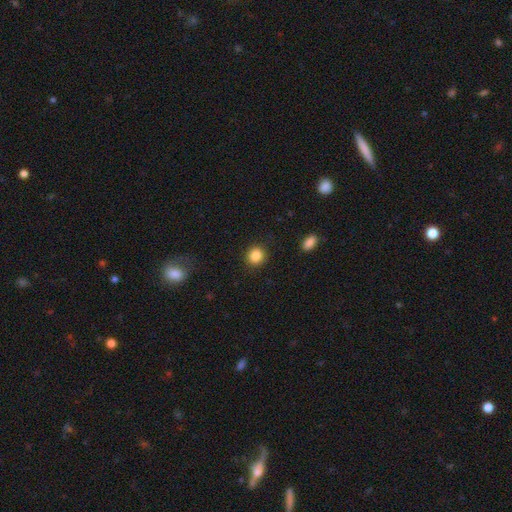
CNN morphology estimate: smooth_or_featured: smooth (p=0.86) [alt: star or artifact p=0.10]
how_rounded: round (p=0.86) [alt: in between p=0.13]
merging: none (p=0.90) [alt: minor disturbance p=0.06]